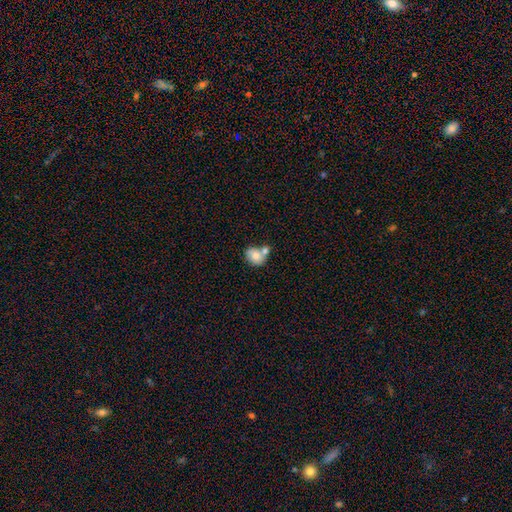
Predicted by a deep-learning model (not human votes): smooth_or_featured: smooth (p=0.78) [alt: featured or disk p=0.15]
how_rounded: in between (p=0.56) [alt: round p=0.43]
merging: merger (p=0.44) [alt: none p=0.37]